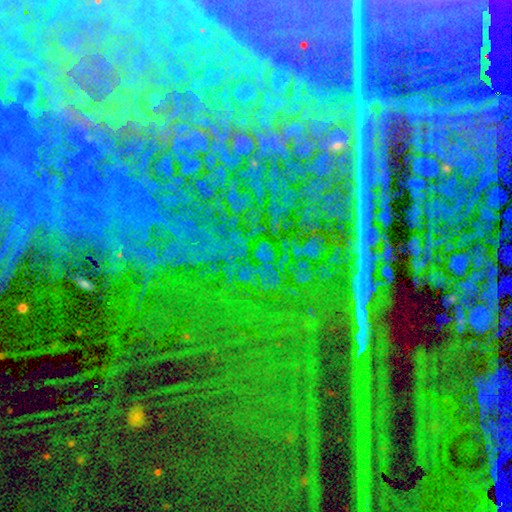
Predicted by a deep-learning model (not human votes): smooth_or_featured: star or artifact (p=0.87) [alt: featured or disk p=0.07]